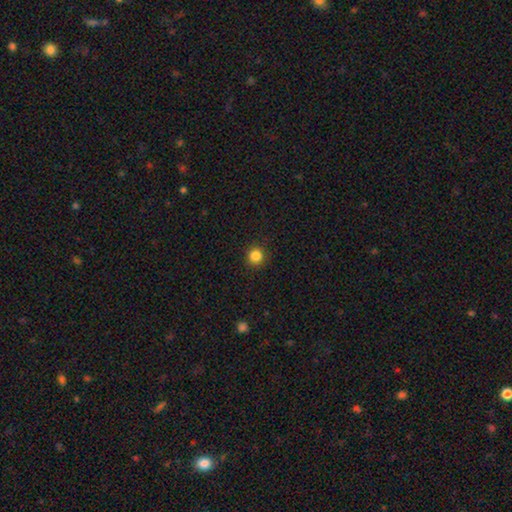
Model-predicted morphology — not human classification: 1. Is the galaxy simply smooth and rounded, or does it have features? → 85% smooth, 12% star or artifact, 3% featured or disk.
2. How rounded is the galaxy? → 93% round, 6% in between, 1% cigar-shaped.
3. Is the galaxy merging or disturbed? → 91% none, 6% minor disturbance, 2% major disturbance, 1% merger.